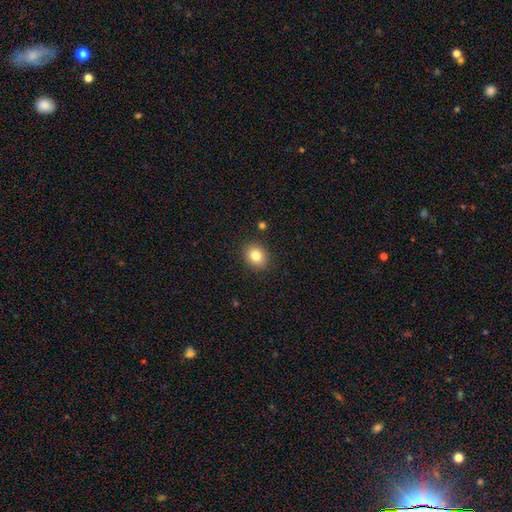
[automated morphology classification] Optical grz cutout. It shows a smooth galaxy with no disk features (81%) that is round (66%). Merging: none (89%).